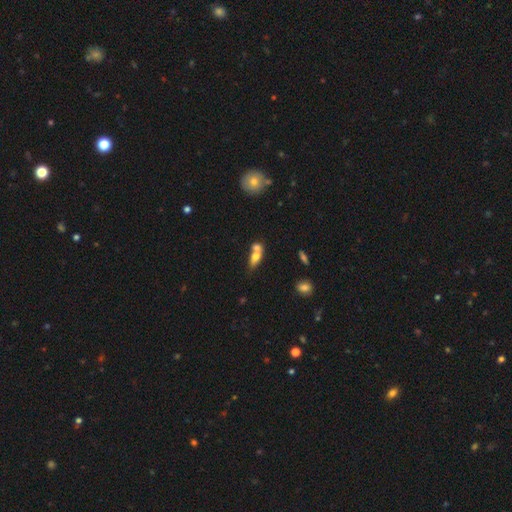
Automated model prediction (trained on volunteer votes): Overall: smooth (68%). How rounded: in between (71%). Merging: merger (61%; none 25%).